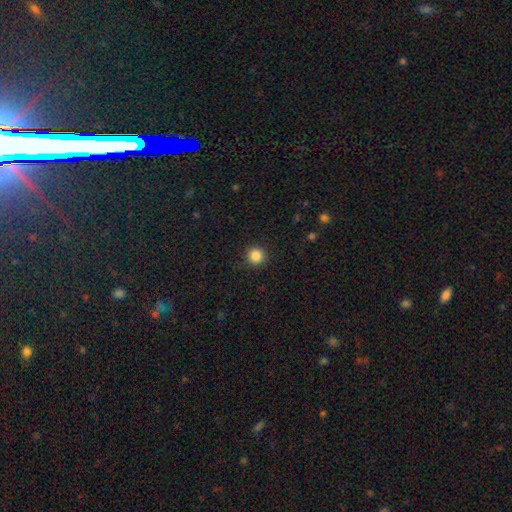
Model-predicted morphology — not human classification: This is clearly a smooth galaxy (86%). How rounded: clearly round (95%). Merging: clearly none (91%).